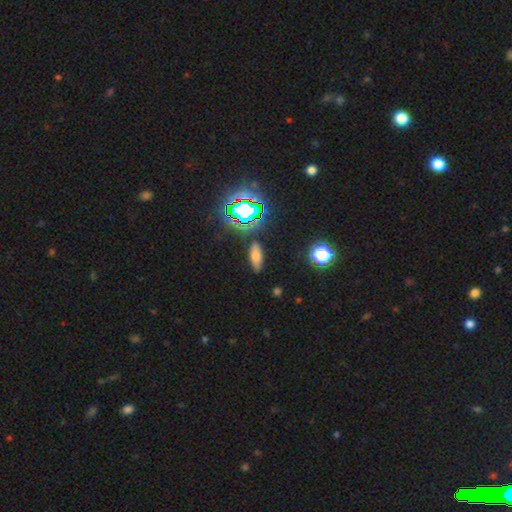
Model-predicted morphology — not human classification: This is likely a smooth galaxy (63%). How rounded: likely in between (72%). Merging: clearly none (83%).